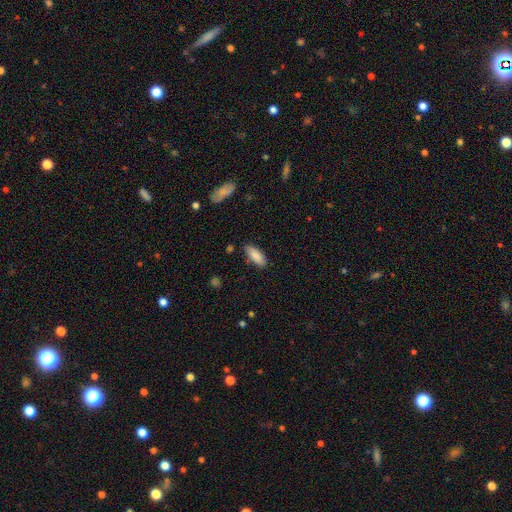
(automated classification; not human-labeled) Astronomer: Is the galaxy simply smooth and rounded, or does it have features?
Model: smooth — 87%.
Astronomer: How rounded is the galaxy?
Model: in between — 75%.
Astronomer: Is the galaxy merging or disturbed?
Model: none — 83%.